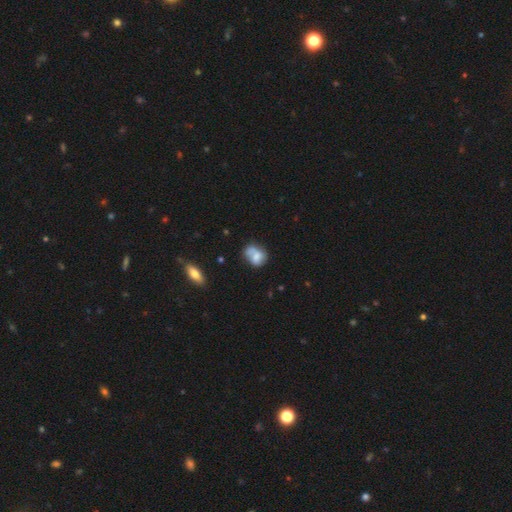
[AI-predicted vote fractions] A smooth galaxy with no disk features (57%) that is in between round and cigar-shaped (55%). Merging: none (43%).